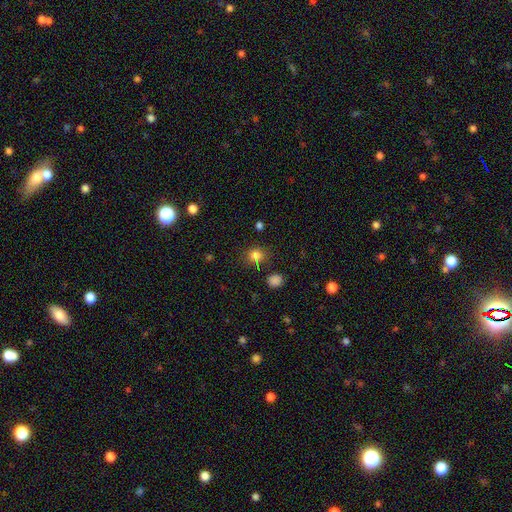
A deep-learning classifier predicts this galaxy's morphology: Q: Smooth or featured?
A: smooth (77%); runner-up: star or artifact (16%)
Q: How rounded?
A: round (71%); runner-up: in between (28%)
Q: Merging?
A: none (73%); runner-up: minor disturbance (15%)